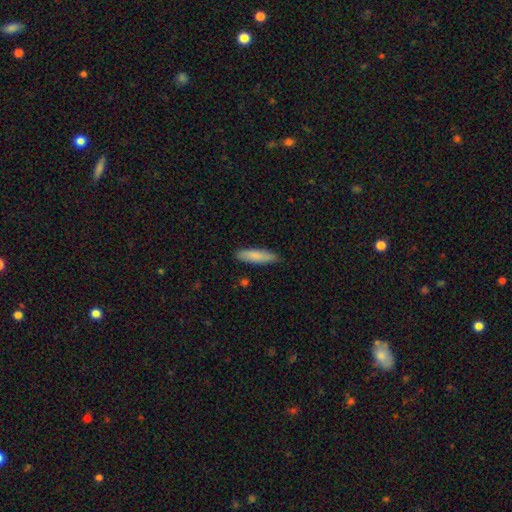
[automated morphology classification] Smooth or featured? Predicted: smooth (p=0.83). How rounded? Predicted: cigar-shaped (p=0.72). Merging? Predicted: none (p=0.87).